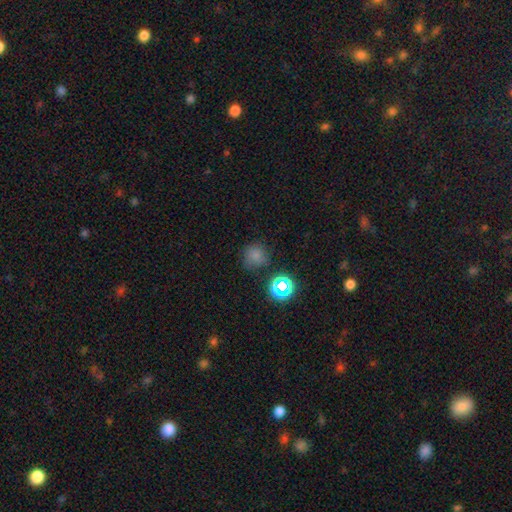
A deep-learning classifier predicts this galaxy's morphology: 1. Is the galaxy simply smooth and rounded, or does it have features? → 70% smooth, 23% star or artifact, 7% featured or disk.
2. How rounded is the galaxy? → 88% round, 11% in between, 1% cigar-shaped.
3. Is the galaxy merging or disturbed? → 72% none, 17% minor disturbance, 6% major disturbance, 4% merger.